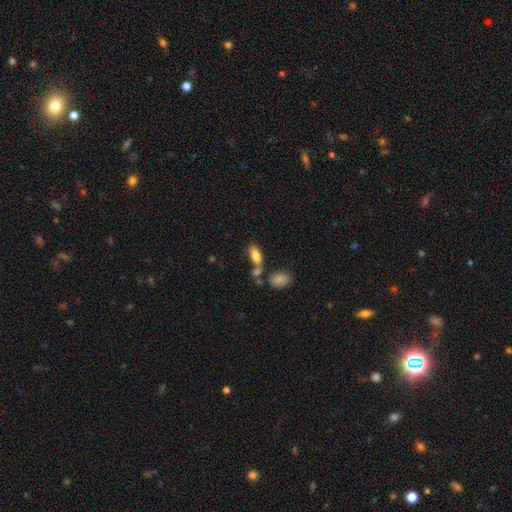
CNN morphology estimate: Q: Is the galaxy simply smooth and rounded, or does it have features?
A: smooth — 79%.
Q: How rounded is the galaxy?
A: in between — 78%.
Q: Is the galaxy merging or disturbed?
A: none — 56%.